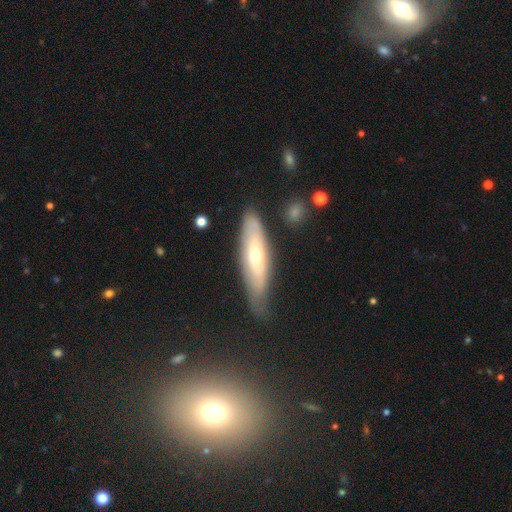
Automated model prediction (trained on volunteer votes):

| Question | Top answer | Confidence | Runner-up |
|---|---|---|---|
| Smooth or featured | featured or disk | 48% | smooth (45%) |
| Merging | none | 66% | minor disturbance (25%) |